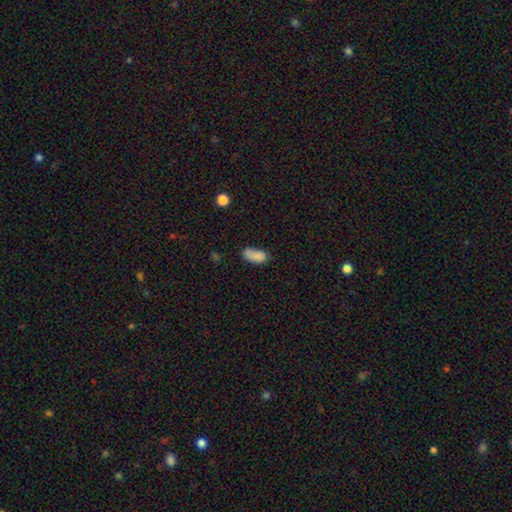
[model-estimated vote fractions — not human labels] Smooth or featured? Predicted: smooth (p=0.84). How rounded? Predicted: in between (p=0.88). Merging? Predicted: none (p=0.54).